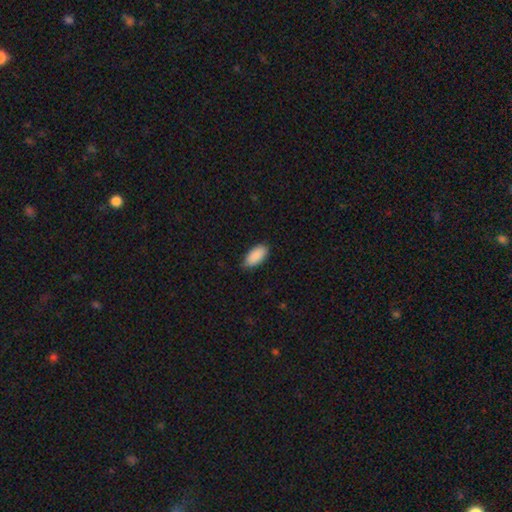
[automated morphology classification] Overall: smooth (90%). How rounded: in between (93%). Merging: none (80%).